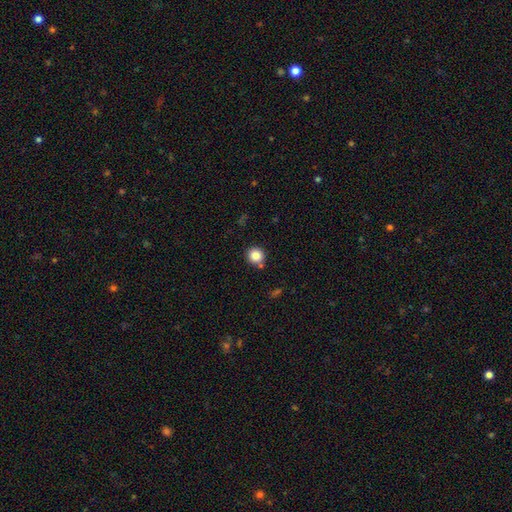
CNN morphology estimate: The model was most divided on "merging": none: 82%, minor disturbance: 9%, merger: 7%, major disturbance: 2%. More confident: how rounded — round (91%); smooth or featured — smooth (84%).